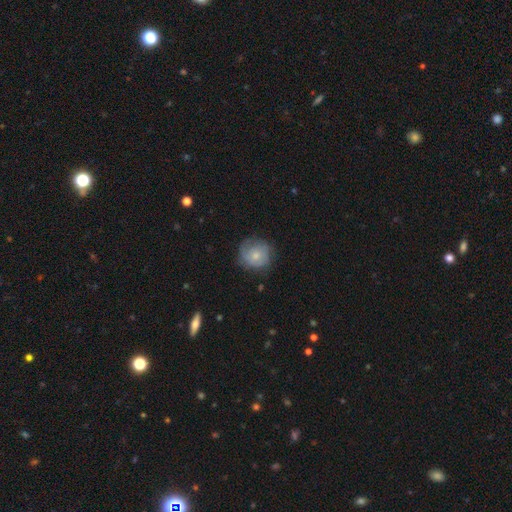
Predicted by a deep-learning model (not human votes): A smooth galaxy with no disk features (55%) that is round (84%). Merging: none (65%).